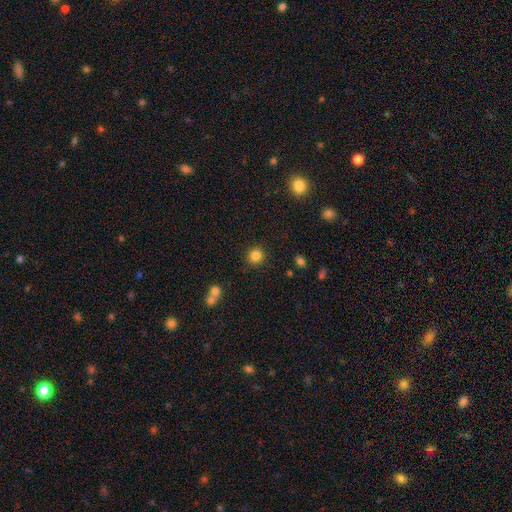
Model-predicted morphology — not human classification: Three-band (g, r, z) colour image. It shows a smooth galaxy with no disk features (83%) that is round (92%). Merging: none (89%).